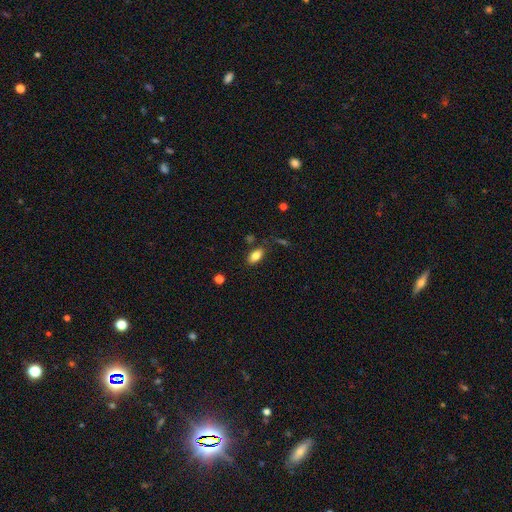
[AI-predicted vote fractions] The model was most divided on "merging": none: 79%, minor disturbance: 14%, merger: 4%, major disturbance: 4%. More confident: how rounded — in between (91%); smooth or featured — smooth (84%).